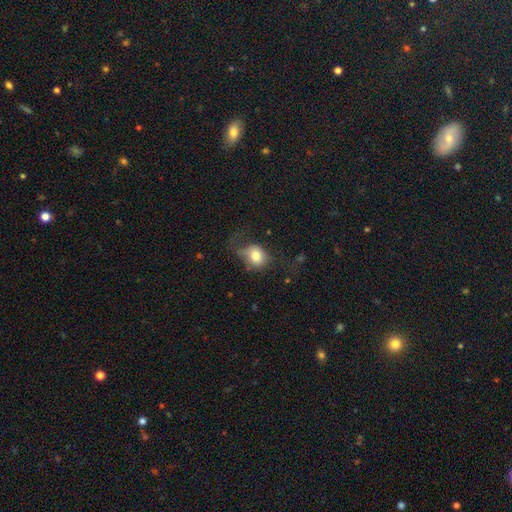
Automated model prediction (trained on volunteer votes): Smooth or featured: smooth — 75% (featured or disk — 15%)
How rounded: round — 60% (in between — 39%)
Merging: none — 41% (minor disturbance — 29%)